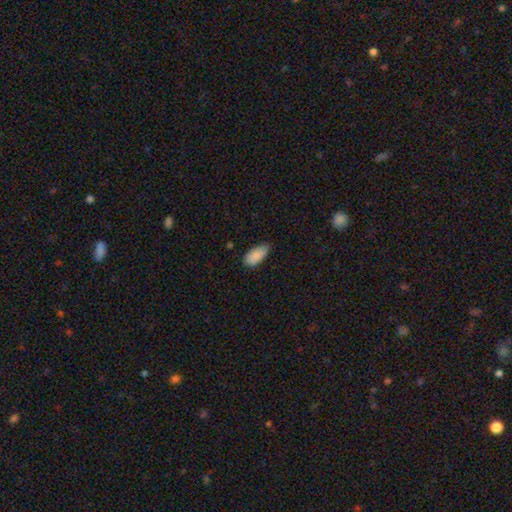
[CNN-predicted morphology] Smooth or featured: smooth — 89% (star or artifact — 7%)
How rounded: in between — 93% (cigar-shaped — 6%)
Merging: none — 65% (minor disturbance — 30%)